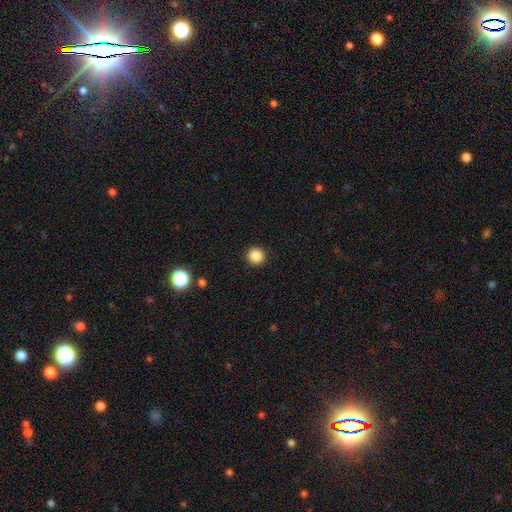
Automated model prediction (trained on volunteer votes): smooth_or_featured: smooth (p=0.86) [alt: star or artifact p=0.11]
how_rounded: round (p=0.94) [alt: in between p=0.05]
merging: none (p=0.93) [alt: minor disturbance p=0.05]